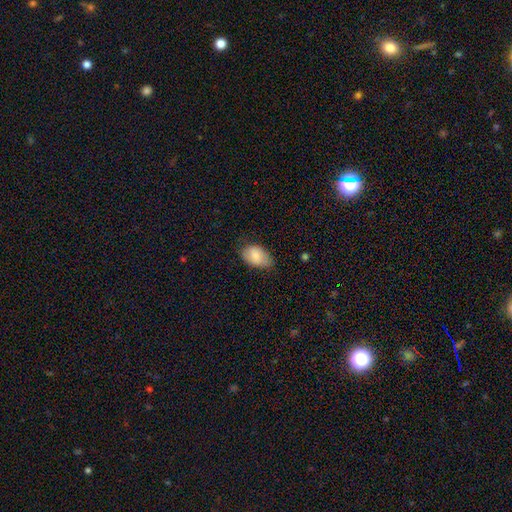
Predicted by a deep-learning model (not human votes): Q: Smooth or featured?
A: smooth (84%); runner-up: featured or disk (9%)
Q: How rounded?
A: in between (90%); runner-up: round (8%)
Q: Merging?
A: none (65%); runner-up: minor disturbance (29%)